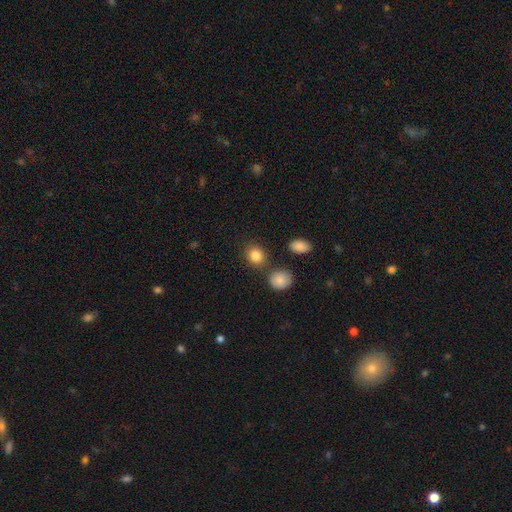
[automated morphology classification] smooth_or_featured: smooth (p=0.85) [alt: star or artifact p=0.09]
how_rounded: round (p=0.68) [alt: in between p=0.30]
merging: none (p=0.76) [alt: merger p=0.11]